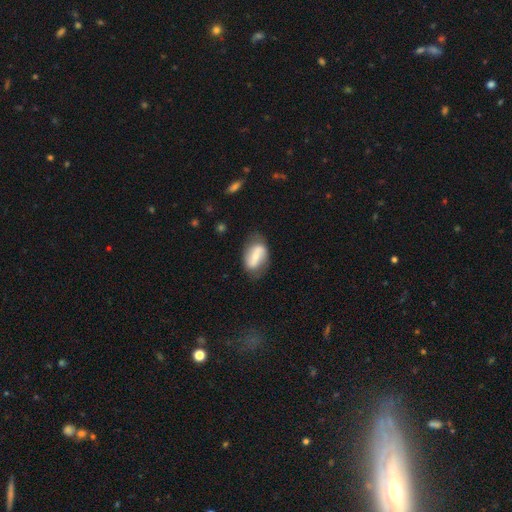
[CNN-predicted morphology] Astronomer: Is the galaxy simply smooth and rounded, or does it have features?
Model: featured or disk — 54% (runner-up: smooth, 39%).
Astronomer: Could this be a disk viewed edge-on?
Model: no — 93%.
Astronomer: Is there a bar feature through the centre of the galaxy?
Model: strong — 47% (runner-up: weak, 32%).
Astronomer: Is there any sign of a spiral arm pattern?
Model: yes — 72%.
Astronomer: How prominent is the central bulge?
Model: small — 52% (runner-up: moderate, 38%).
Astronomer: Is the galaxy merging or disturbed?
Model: none — 68%.